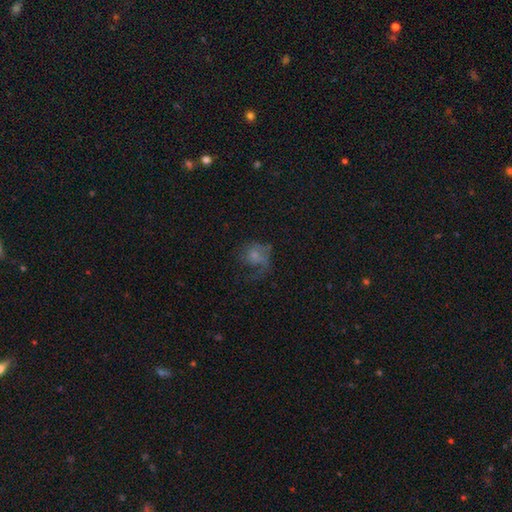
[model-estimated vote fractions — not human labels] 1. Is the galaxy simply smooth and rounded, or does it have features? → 48% smooth, 40% featured or disk, 12% star or artifact.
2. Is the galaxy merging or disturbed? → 48% major disturbance, 30% none, 19% minor disturbance, 3% merger.